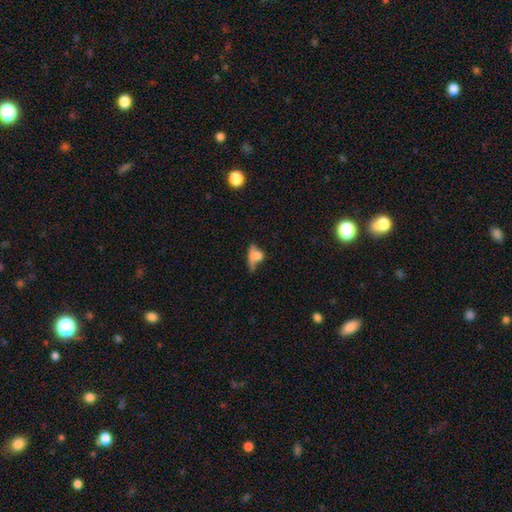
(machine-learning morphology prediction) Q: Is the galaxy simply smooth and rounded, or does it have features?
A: smooth — 58%.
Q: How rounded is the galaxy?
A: in between — 52%.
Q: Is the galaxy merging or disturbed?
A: none — 31%.